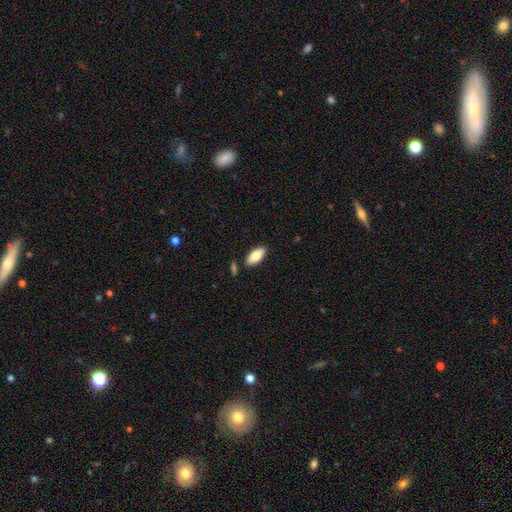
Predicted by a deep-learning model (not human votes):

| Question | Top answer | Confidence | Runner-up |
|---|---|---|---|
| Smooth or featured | smooth | 78% | featured or disk (16%) |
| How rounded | in between | 83% | cigar-shaped (14%) |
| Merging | none | 84% | minor disturbance (10%) |